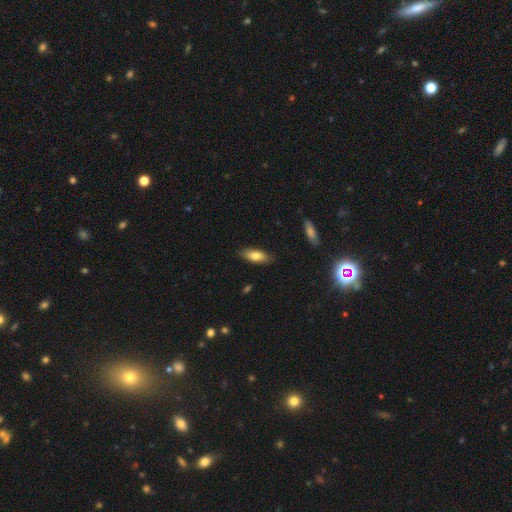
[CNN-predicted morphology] smooth_or_featured: smooth (p=0.77) [alt: featured or disk p=0.16]
how_rounded: in between (p=0.75) [alt: cigar-shaped p=0.23]
merging: none (p=0.85) [alt: minor disturbance p=0.11]